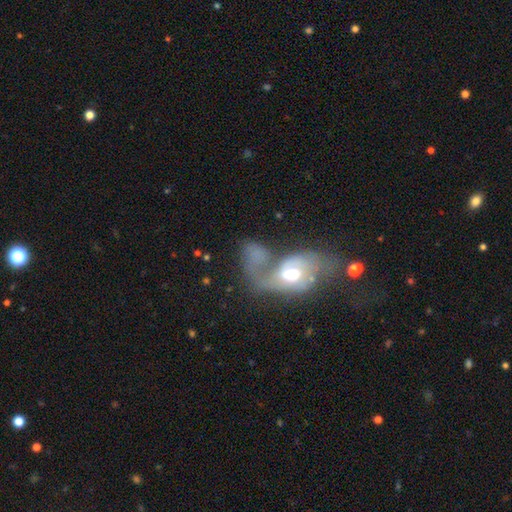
featured or disk 47%, smooth 42%, star or artifact 11%. Down the decision tree: edge-on disk — no (89%); bar — no (69%); spiral arms — yes (50%, tied with no); spiral arm count — 2 (38%, tied with can't tell); spiral winding — medium (50%, tied with loose); bulge size — moderate (62%); merging — major disturbance (50%).